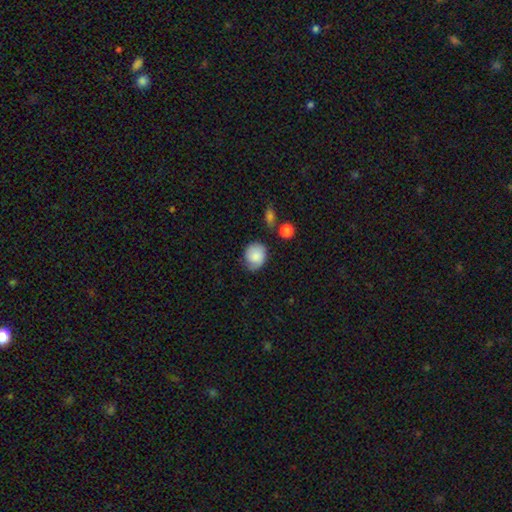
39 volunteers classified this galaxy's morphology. Smooth or featured?
  - smooth: 62% *
  - featured or disk: 31%
  - star or artifact: 8%
How rounded?
  - round: 71% *
  - in between: 25%
  - cigar-shaped: 4%
Merging?
  - none: 78% *
  - minor disturbance: 19%
  - merger: 3%
  - major disturbance: 0%